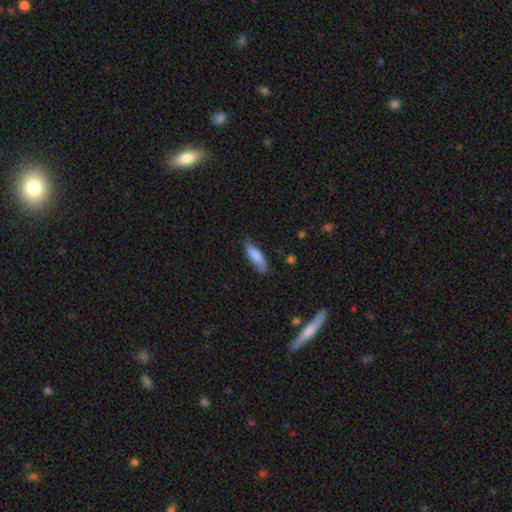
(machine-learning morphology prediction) Smooth or featured? Predicted: smooth (p=0.75). How rounded? Predicted: cigar-shaped (p=0.52). Merging? Predicted: none (p=0.69).